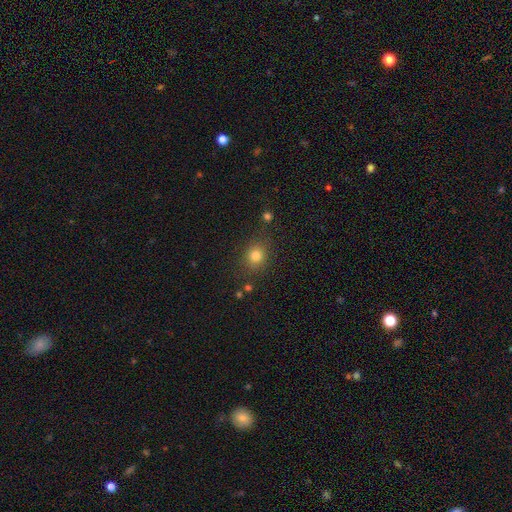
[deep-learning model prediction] Smooth or featured?
  - smooth: 80% *
  - star or artifact: 13%
  - featured or disk: 7%
How rounded?
  - round: 71% *
  - in between: 28%
  - cigar-shaped: 1%
Merging?
  - none: 81% *
  - minor disturbance: 11%
  - major disturbance: 4%
  - merger: 4%